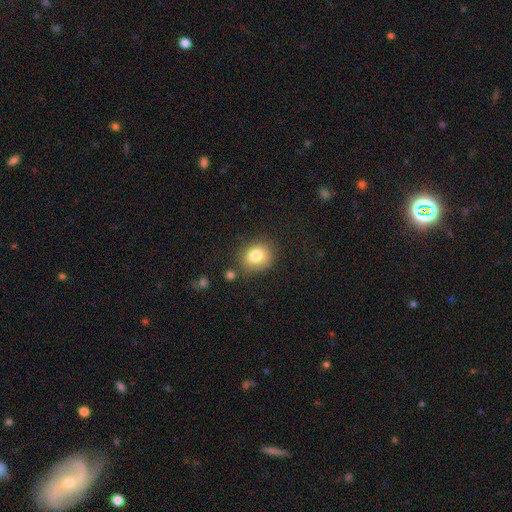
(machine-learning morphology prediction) Smooth or featured: smooth — 81% (star or artifact — 10%)
How rounded: round — 70% (in between — 29%)
Merging: none — 75% (minor disturbance — 16%)